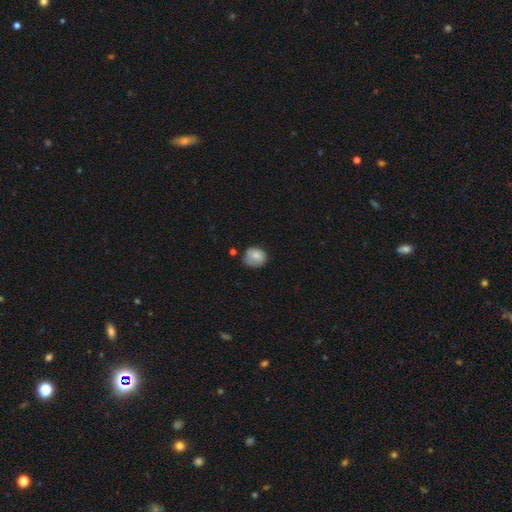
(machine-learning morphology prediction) A smooth galaxy with no disk features (80%) that is round (66%). Merging: none (60%).